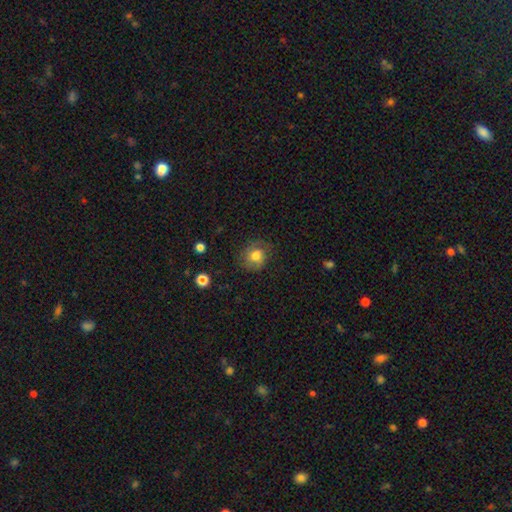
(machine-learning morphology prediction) This appears to be a smooth galaxy with no disk features (72%) that is round (73%). Merging: none (70%).